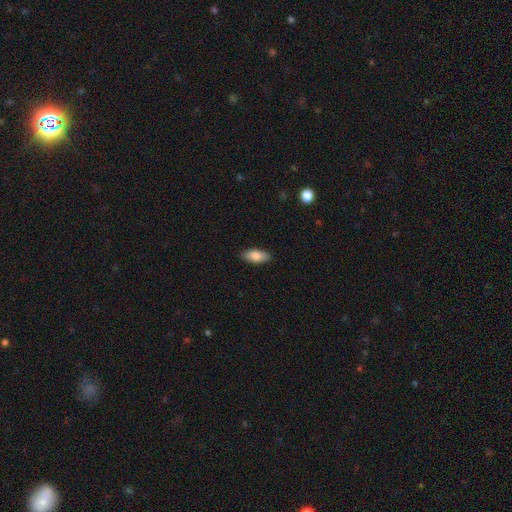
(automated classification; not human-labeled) Q: Smooth or featured?
A: smooth (84%); runner-up: featured or disk (9%)
Q: How rounded?
A: in between (90%); runner-up: cigar-shaped (8%)
Q: Merging?
A: none (88%); runner-up: minor disturbance (9%)